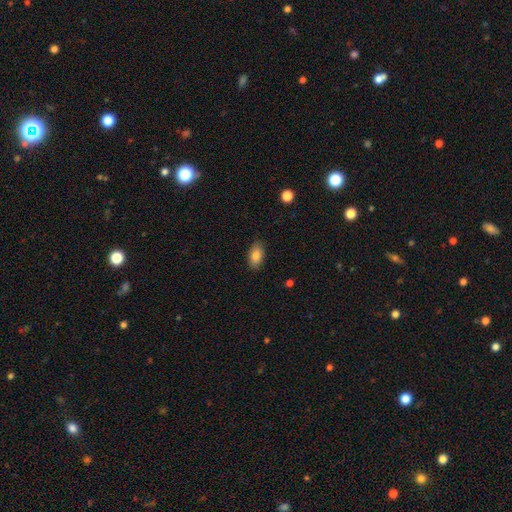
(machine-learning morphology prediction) Smooth or featured?
  - smooth: 85% *
  - featured or disk: 8%
  - star or artifact: 8%
How rounded?
  - in between: 92% *
  - round: 5%
  - cigar-shaped: 3%
Merging?
  - none: 86% *
  - minor disturbance: 11%
  - major disturbance: 2%
  - merger: 1%